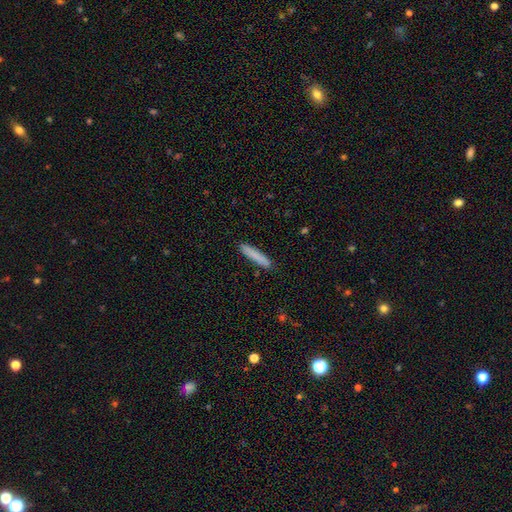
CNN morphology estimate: smooth_or_featured: smooth (p=0.83) [alt: featured or disk p=0.10]
how_rounded: cigar-shaped (p=0.92) [alt: in between p=0.06]
merging: none (p=0.90) [alt: minor disturbance p=0.08]